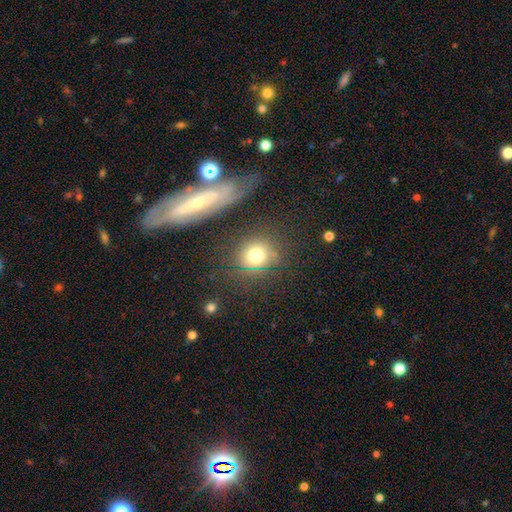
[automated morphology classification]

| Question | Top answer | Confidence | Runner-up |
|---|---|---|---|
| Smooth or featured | smooth | 72% | star or artifact (17%) |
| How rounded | round | 80% | in between (18%) |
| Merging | none | 81% | minor disturbance (10%) |